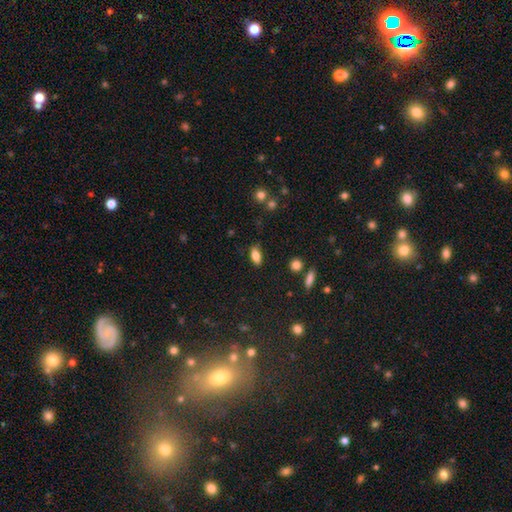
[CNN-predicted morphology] The model was most divided on "smooth or featured": smooth: 79%, featured or disk: 13%, star or artifact: 9%. More confident: how rounded — in between (83%); merging — none (82%).